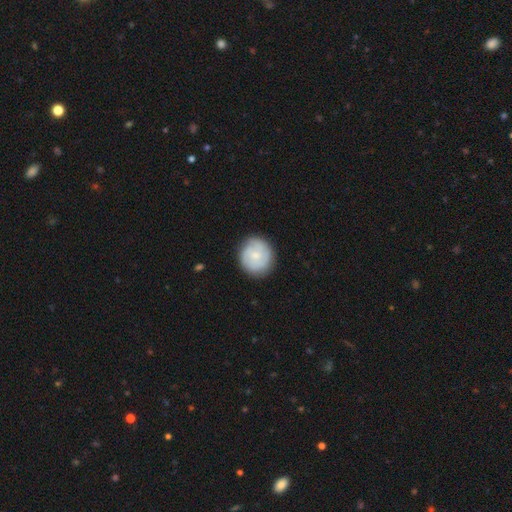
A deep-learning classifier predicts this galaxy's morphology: Smooth or featured?
  - featured or disk: 51% *
  - smooth: 42%
  - star or artifact: 6%
Edge-on disk?
  - no: 98% *
  - yes: 2%
Bar?
  - no: 69% *
  - weak: 28%
  - strong: 3%
Spiral arms?
  - yes: 88% *
  - no: 12%
Bulge size?
  - small: 53% *
  - moderate: 33%
  - none: 10%
  - large: 3%
  - dominant: 1%
Merging?
  - none: 84% *
  - minor disturbance: 11%
  - major disturbance: 3%
  - merger: 1%